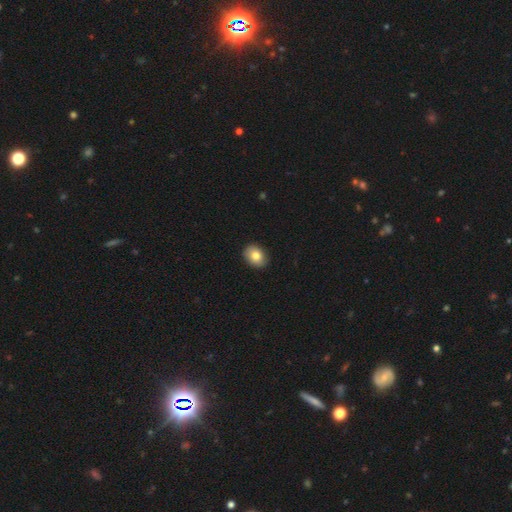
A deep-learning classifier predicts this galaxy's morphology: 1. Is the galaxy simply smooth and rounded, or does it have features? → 82% smooth, 10% featured or disk, 8% star or artifact.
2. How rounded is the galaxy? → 64% in between, 35% round, 1% cigar-shaped.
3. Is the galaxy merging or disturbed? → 90% none, 8% minor disturbance, 2% major disturbance, 1% merger.